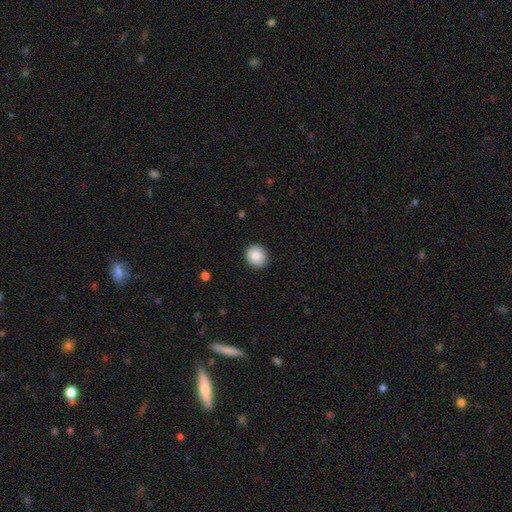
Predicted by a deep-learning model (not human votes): Smooth or featured? Predicted: smooth (p=0.87). How rounded? Predicted: round (p=0.76). Merging? Predicted: none (p=0.91).